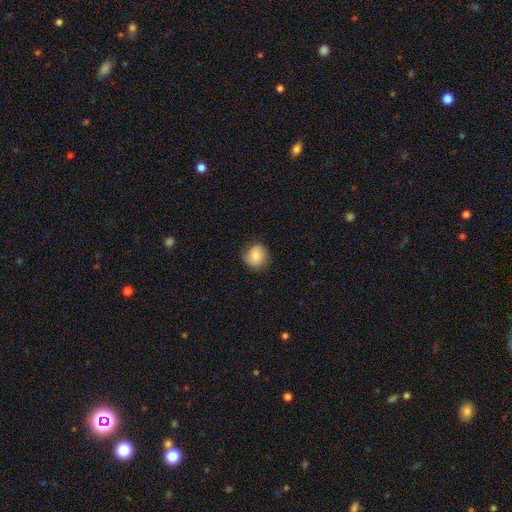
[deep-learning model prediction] Smooth or featured: smooth — 79% (featured or disk — 13%)
How rounded: round — 89% (in between — 10%)
Merging: none — 82% (minor disturbance — 14%)